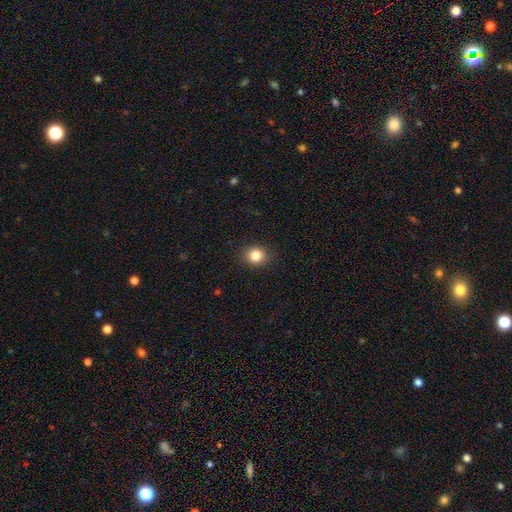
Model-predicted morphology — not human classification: This is clearly a smooth galaxy (85%). How rounded: likely round (79%). Merging: clearly none (88%).